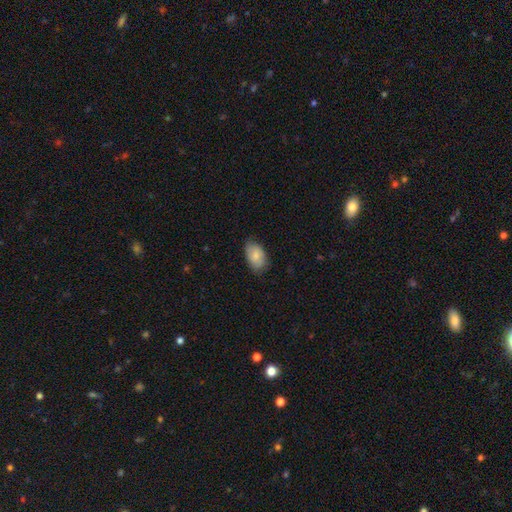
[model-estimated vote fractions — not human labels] This appears to be a smooth galaxy with no disk features (83%) that is in between round and cigar-shaped (91%). Merging: none (76%).